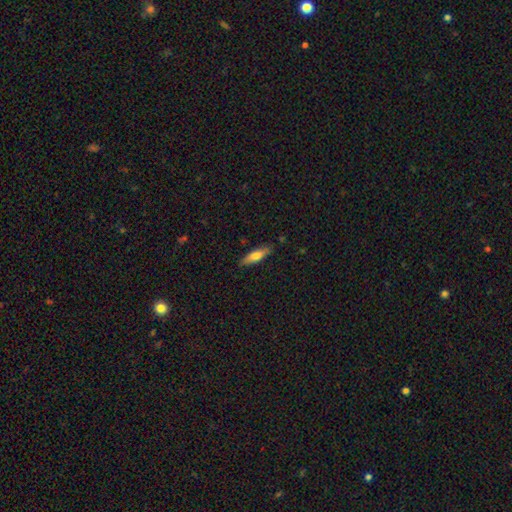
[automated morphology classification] Q: Smooth or featured?
A: smooth (67%); runner-up: featured or disk (27%)
Q: How rounded?
A: cigar-shaped (66%); runner-up: in between (33%)
Q: Merging?
A: none (85%); runner-up: minor disturbance (11%)